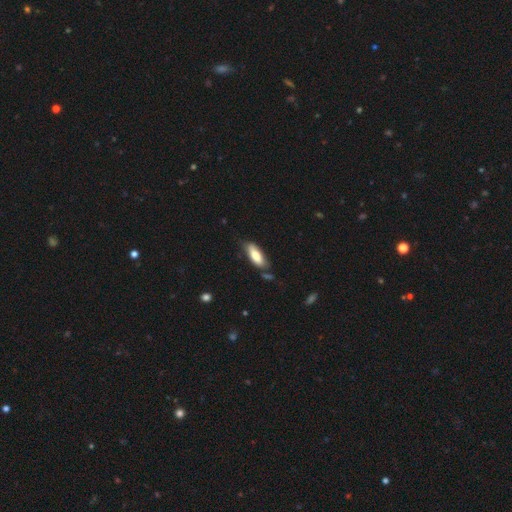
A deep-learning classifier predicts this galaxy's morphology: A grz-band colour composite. It shows a smooth galaxy with no disk features (77%) that is in between round and cigar-shaped (68%). Merging: none (66%).